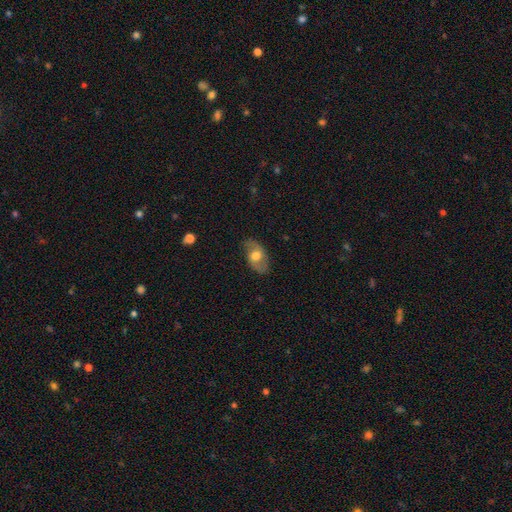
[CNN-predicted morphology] A smooth galaxy with no disk features (48%).

Vote fractions:
- Smooth or featured? smooth: 48% / featured or disk: 45% / star or artifact: 7%
- Merging? none: 76% / minor disturbance: 18% / major disturbance: 6% / merger: 1%